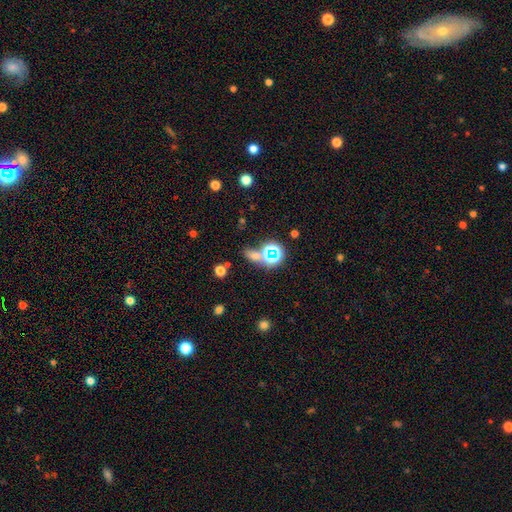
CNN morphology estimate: smooth_or_featured: smooth (p=0.48) [alt: star or artifact p=0.41]
merging: none (p=0.60) [alt: merger p=0.22]